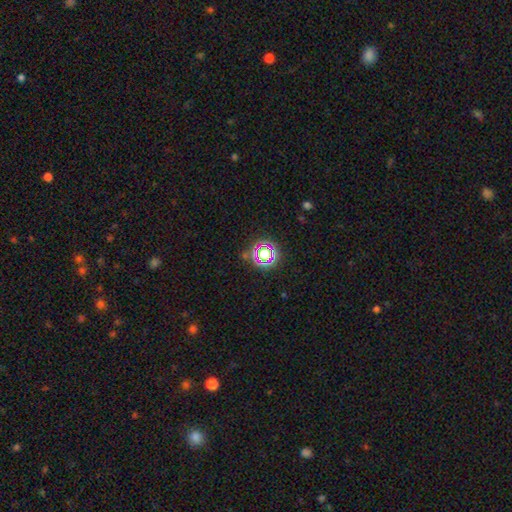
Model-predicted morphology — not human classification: A star or artifact, not a galaxy (72%).

Vote fractions:
- Smooth or featured? star or artifact: 72% / smooth: 19% / featured or disk: 9%